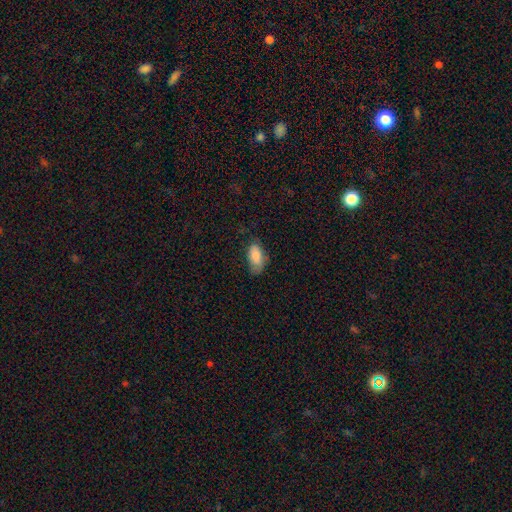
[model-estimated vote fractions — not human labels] Smooth or featured? smooth (83%)
How rounded? in between (93%)
Merging? none (61%)